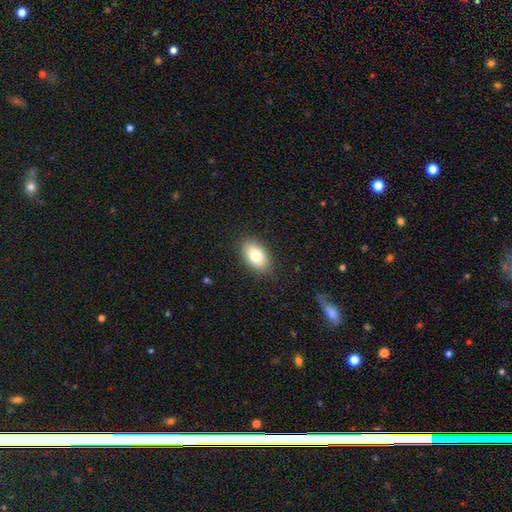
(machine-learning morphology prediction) A smooth galaxy with no disk features (78%) that is in between round and cigar-shaped (90%). Merging: none (87%).